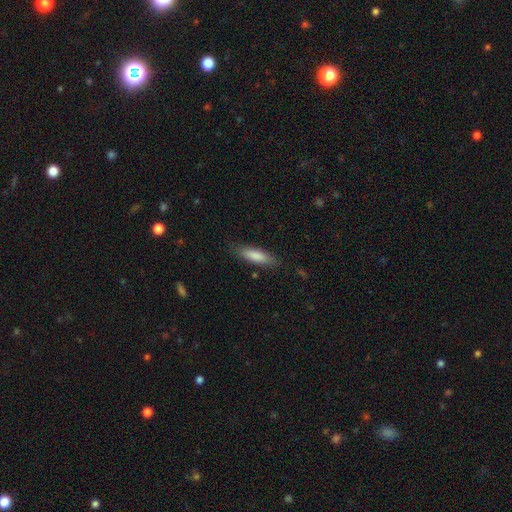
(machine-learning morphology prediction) Smooth or featured: smooth — 83% (featured or disk — 11%)
How rounded: cigar-shaped — 59% (in between — 39%)
Merging: none — 83% (minor disturbance — 13%)